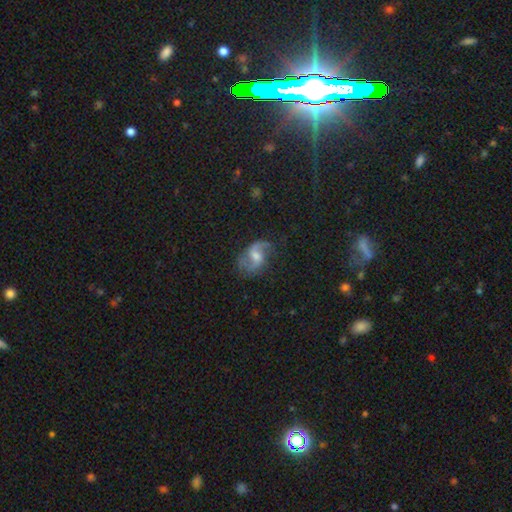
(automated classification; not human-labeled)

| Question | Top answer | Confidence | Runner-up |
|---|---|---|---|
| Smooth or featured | featured or disk | 81% | smooth (11%) |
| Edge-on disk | no | 97% | yes (3%) |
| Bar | weak | 53% | no (33%) |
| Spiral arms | yes | 95% | no (5%) |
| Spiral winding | loose | 52% | medium (39%) |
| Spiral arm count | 2 | 91% | can't tell (3%) |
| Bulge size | moderate | 54% | small (31%) |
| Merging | none | 71% | minor disturbance (18%) |